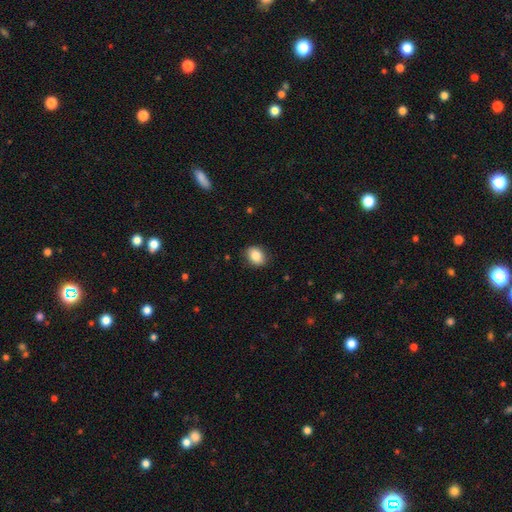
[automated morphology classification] smooth_or_featured: smooth (p=0.84) [alt: star or artifact p=0.08]
how_rounded: in between (p=0.55) [alt: round p=0.44]
merging: none (p=0.86) [alt: minor disturbance p=0.11]